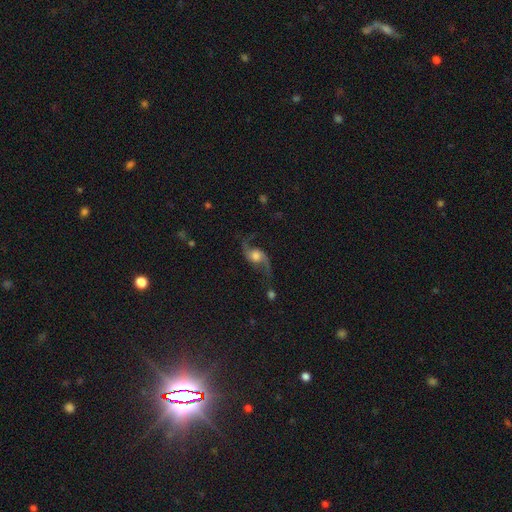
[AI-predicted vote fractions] The model was most divided on "bulge size": large: 39%, moderate: 36%, small: 11%, dominant: 7%, none: 7%. More confident: spiral arms — yes (96%); edge-on disk — no (95%); spiral arm count — 2 (94%); spiral winding — loose (86%); smooth or featured — featured or disk (84%); merging — none (70%); bar — no (66%).